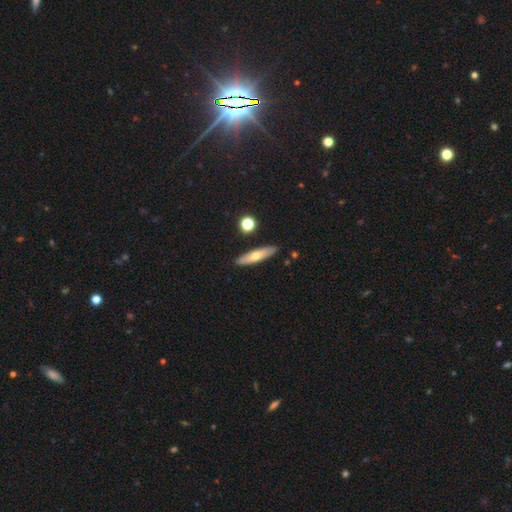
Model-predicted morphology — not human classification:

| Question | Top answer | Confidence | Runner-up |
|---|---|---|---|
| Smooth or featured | smooth | 56% | featured or disk (37%) |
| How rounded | cigar-shaped | 75% | in between (23%) |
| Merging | none | 88% | minor disturbance (8%) |